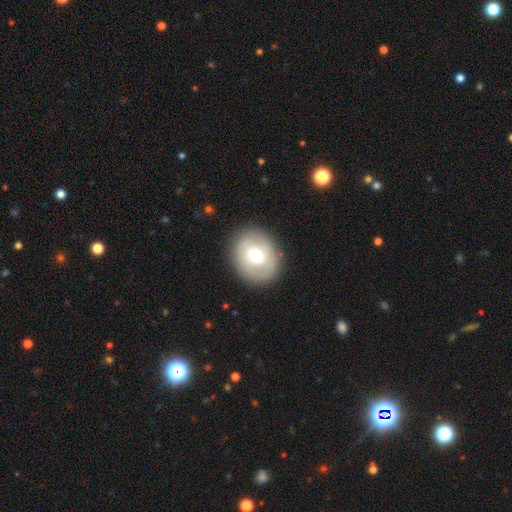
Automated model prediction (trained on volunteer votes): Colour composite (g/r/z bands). It shows a smooth galaxy with no disk features (53%) that is round (62%). Merging: none (85%).